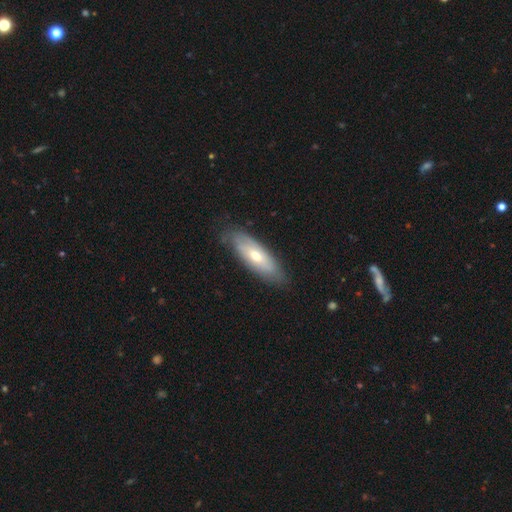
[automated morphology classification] Smooth or featured? Predicted: smooth (p=0.47). Merging? Predicted: none (p=0.82).